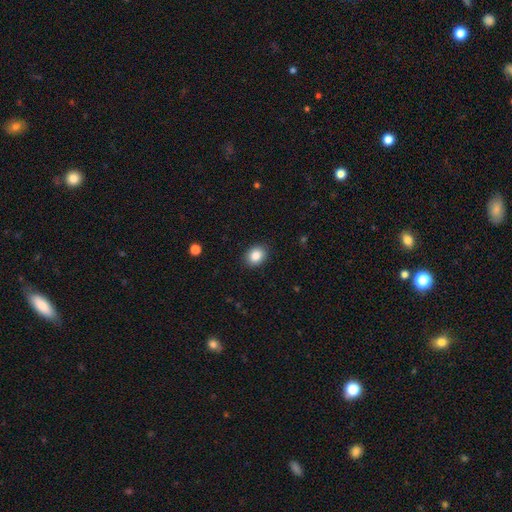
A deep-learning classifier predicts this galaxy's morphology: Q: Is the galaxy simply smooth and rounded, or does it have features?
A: smooth — 86%.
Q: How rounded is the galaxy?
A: round — 52%.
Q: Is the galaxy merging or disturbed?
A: none — 89%.